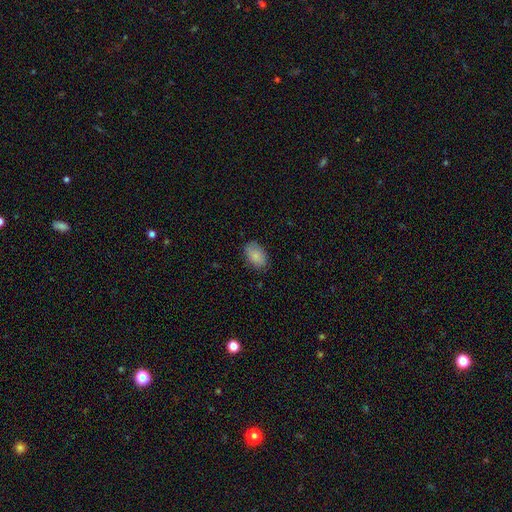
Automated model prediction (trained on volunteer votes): A smooth galaxy with no disk features (85%) that is in between round and cigar-shaped (90%). Merging: none (81%).